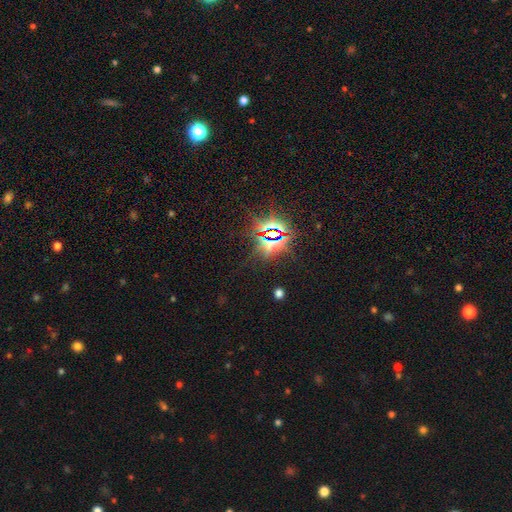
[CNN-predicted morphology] smooth-or-featured: star or artifact: 83% | smooth: 10% | featured or disk: 7%